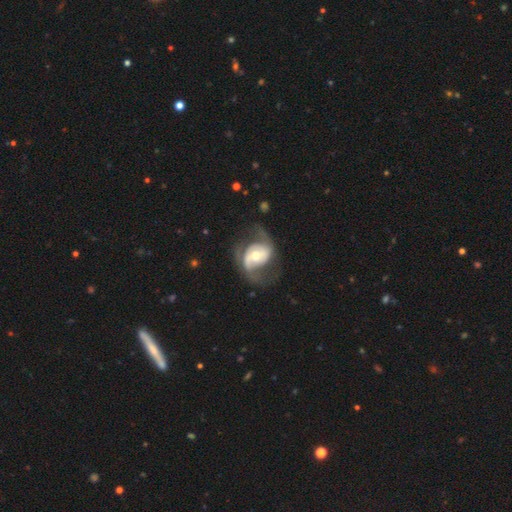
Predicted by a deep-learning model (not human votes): A featured or disk galaxy (79%) with no bar (50%), 2 (86%) loose (44%) spiral arms (86%) and a moderate central bulge (62%).

Vote fractions:
- Smooth or featured? featured or disk: 79% / smooth: 16% / star or artifact: 5%
- Edge-on disk? no: 96% / yes: 4%
- Bar? no: 50% / weak: 30% / strong: 20%
- Spiral arms? yes: 86% / no: 14%
- Spiral winding? loose: 44% / medium: 42% / tight: 13%
- Spiral arm count? 2: 86% / can't tell: 6% / 1: 4% / 3: 2% / 4: 1% / more than 4: 1%
- Bulge size? moderate: 62% / small: 27% / large: 8% / dominant: 1% / none: 1%
- Merging? none: 56% / major disturbance: 23% / minor disturbance: 19% / merger: 2%